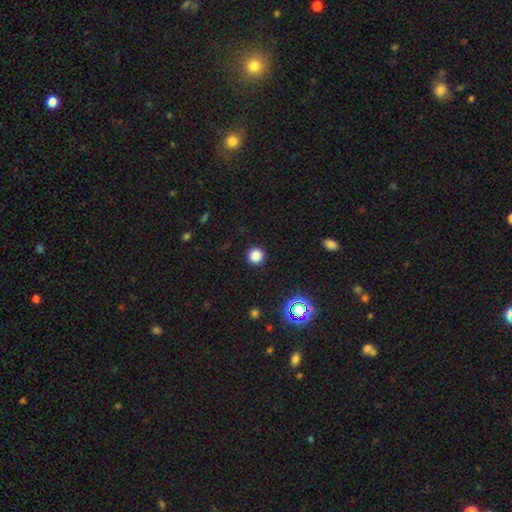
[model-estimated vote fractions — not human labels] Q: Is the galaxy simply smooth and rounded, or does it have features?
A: smooth — 83%.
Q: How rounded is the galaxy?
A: round — 95%.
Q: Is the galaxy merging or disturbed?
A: none — 92%.